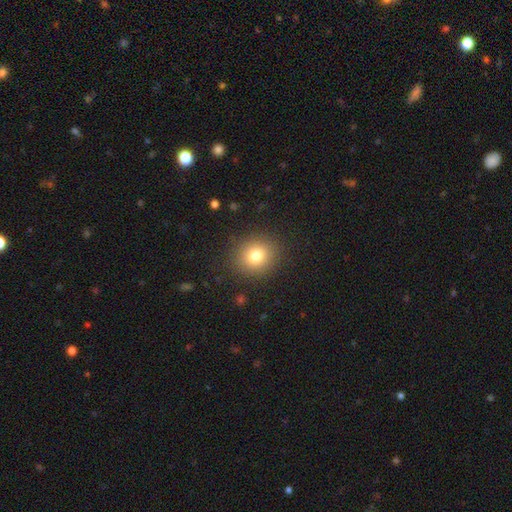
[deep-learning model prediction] Overall: smooth (79%). How rounded: round (81%). Merging: none (88%).